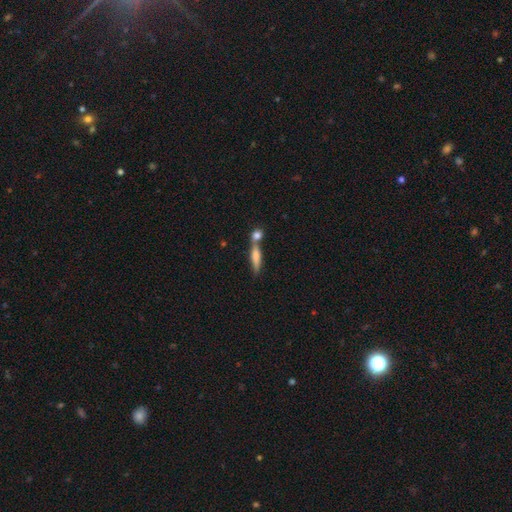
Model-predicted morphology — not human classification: Smooth or featured? smooth (58%)
How rounded? cigar-shaped (80%)
Merging? none (57%)